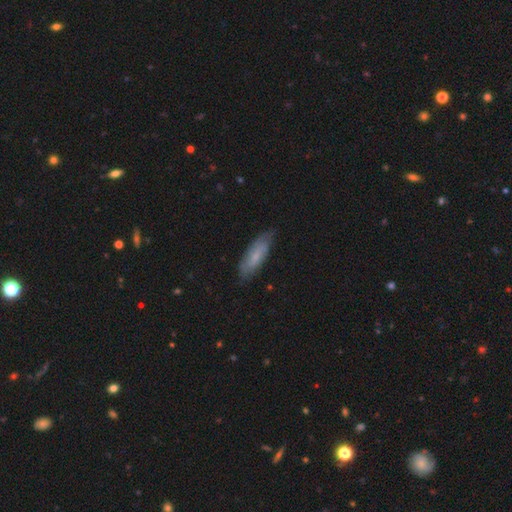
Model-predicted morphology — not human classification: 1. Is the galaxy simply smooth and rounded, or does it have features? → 62% smooth, 32% featured or disk, 6% star or artifact.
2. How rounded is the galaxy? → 54% in between, 44% cigar-shaped, 2% round.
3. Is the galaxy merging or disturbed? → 75% none, 20% minor disturbance, 4% major disturbance, 1% merger.